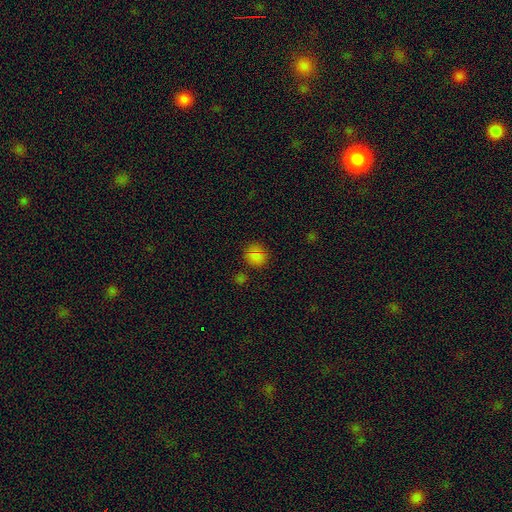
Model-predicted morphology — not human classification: Smooth or featured: smooth — 76% (star or artifact — 20%)
How rounded: round — 84% (in between — 15%)
Merging: none — 82% (minor disturbance — 11%)